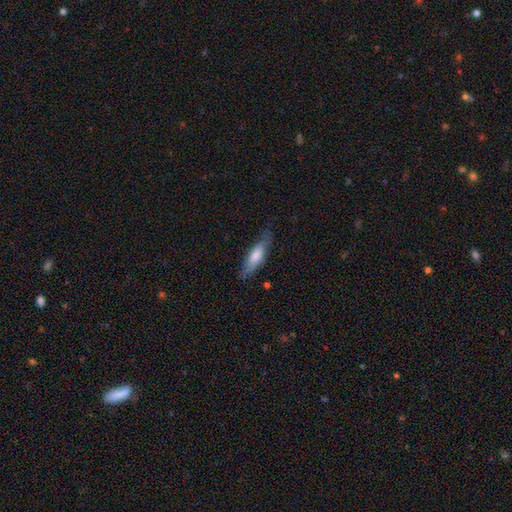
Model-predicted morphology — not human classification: Q: Smooth or featured?
A: smooth (64%); runner-up: featured or disk (30%)
Q: How rounded?
A: cigar-shaped (54%); runner-up: in between (45%)
Q: Merging?
A: none (70%); runner-up: minor disturbance (22%)